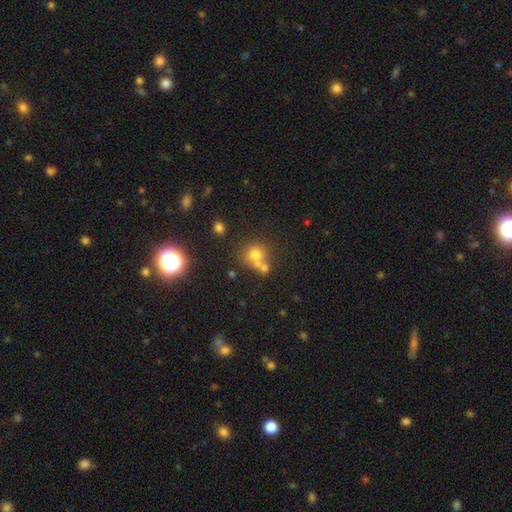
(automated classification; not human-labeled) A smooth galaxy with no disk features (65%) that is round (85%).

Vote fractions:
- Smooth or featured? smooth: 65% / star or artifact: 22% / featured or disk: 13%
- How rounded? round: 85% / in between: 14% / cigar-shaped: 1%
- Merging? none: 48% / merger: 39% / minor disturbance: 8% / major disturbance: 4%